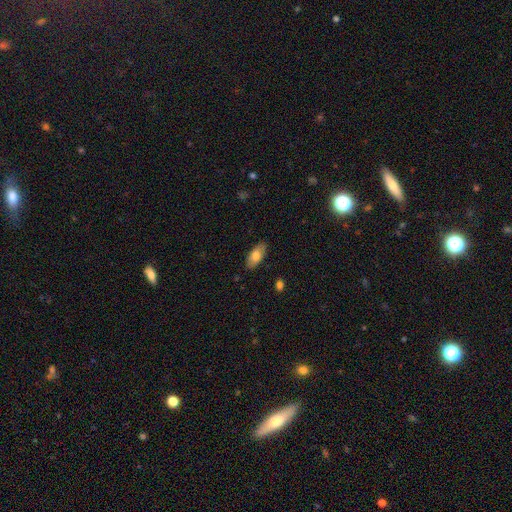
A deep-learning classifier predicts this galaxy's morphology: smooth-or-featured: smooth: 74% | featured or disk: 19% | star or artifact: 6%
  how-rounded: in between: 89% | cigar-shaped: 9% | round: 2%
  merging: none: 86% | minor disturbance: 10% | major disturbance: 2% | merger: 1%